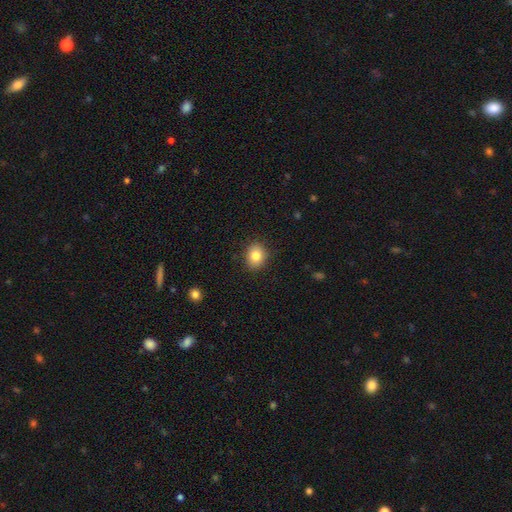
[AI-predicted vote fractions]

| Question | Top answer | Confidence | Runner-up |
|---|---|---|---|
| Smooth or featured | smooth | 82% | star or artifact (9%) |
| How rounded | round | 61% | in between (38%) |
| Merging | none | 89% | minor disturbance (8%) |